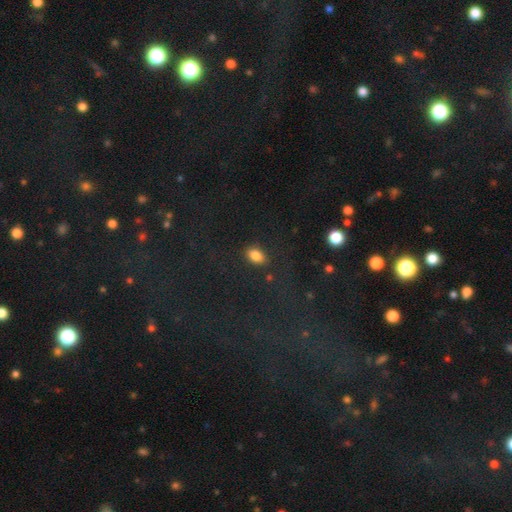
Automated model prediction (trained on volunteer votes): smooth 84%, star or artifact 10%, featured or disk 6%. Down the decision tree: how rounded — in between (87%); merging — none (85%).